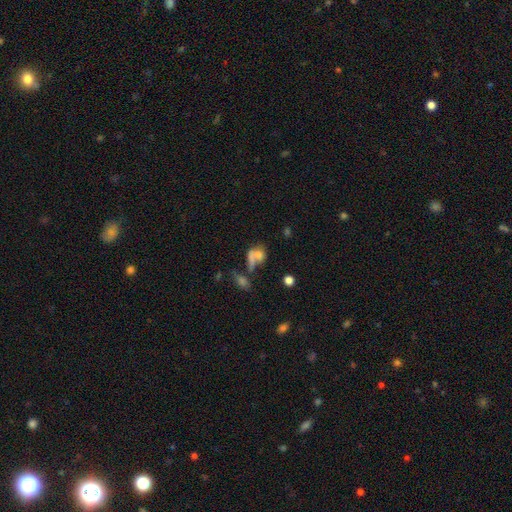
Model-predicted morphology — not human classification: Q: Smooth or featured?
A: smooth (60%); runner-up: featured or disk (26%)
Q: How rounded?
A: in between (60%); runner-up: round (35%)
Q: Merging?
A: merger (45%); runner-up: none (24%)